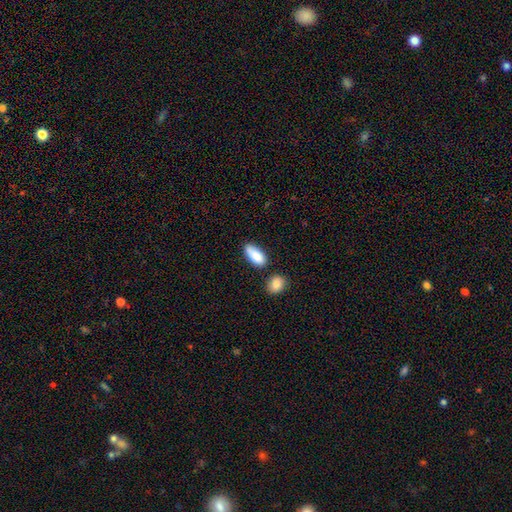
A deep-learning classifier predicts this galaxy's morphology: The model was most divided on "merging": none: 63%, minor disturbance: 21%, merger: 12%, major disturbance: 5%. More confident: smooth or featured — smooth (86%); how rounded — in between (84%).